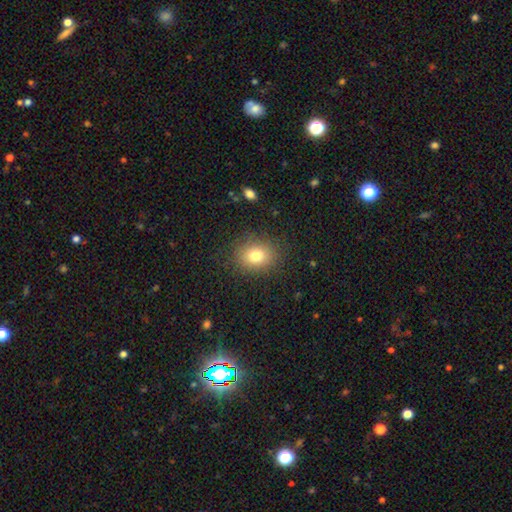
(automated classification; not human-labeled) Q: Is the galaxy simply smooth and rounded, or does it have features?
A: smooth — 78%.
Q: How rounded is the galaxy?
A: round — 54%.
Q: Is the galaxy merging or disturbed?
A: none — 86%.